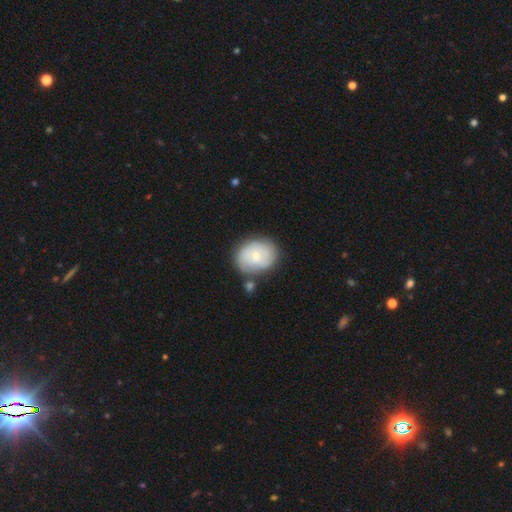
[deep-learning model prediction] Smooth or featured? smooth (60%)
How rounded? round (50%)
Merging? none (68%)